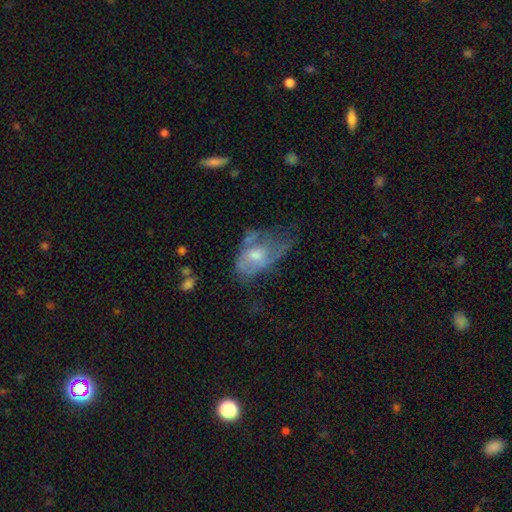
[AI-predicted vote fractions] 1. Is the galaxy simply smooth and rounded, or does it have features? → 56% featured or disk, 35% smooth, 9% star or artifact.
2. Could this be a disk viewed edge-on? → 95% no, 5% yes.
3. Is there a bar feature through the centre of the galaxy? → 73% no, 23% weak, 4% strong.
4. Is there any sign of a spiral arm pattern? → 54% no, 46% yes.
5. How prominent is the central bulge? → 56% moderate, 29% small, 8% large, 6% none, 1% dominant.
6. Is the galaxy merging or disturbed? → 40% major disturbance, 29% minor disturbance, 25% none, 6% merger.